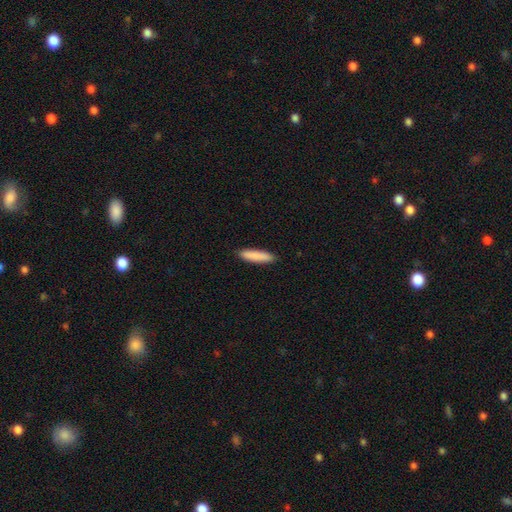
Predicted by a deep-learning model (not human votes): Smooth or featured? smooth (87%)
How rounded? cigar-shaped (81%)
Merging? none (90%)